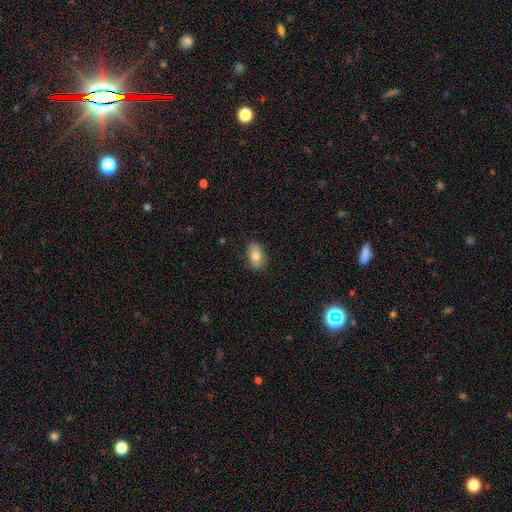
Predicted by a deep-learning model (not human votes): smooth_or_featured: smooth (p=0.76) [alt: featured or disk p=0.17]
how_rounded: in between (p=0.87) [alt: round p=0.11]
merging: none (p=0.81) [alt: minor disturbance p=0.15]